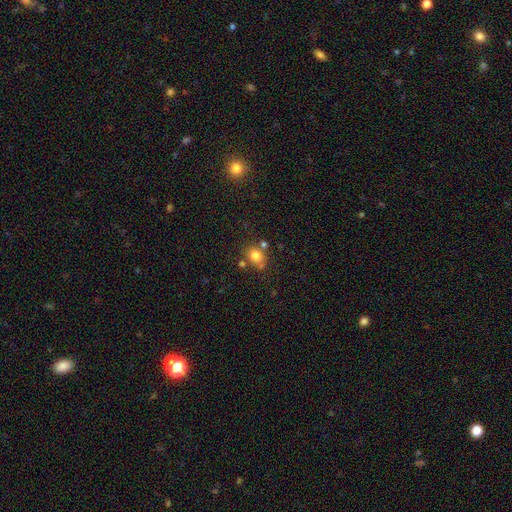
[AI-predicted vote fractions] A smooth galaxy with no disk features (79%) that is round (51%). Merging: none (62%).